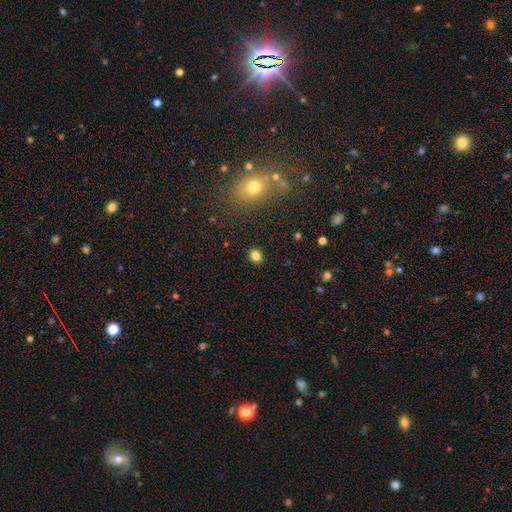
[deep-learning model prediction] A smooth galaxy with no disk features (82%) that is round (62%).

Vote fractions:
- Smooth or featured? smooth: 82% / star or artifact: 12% / featured or disk: 5%
- How rounded? round: 62% / in between: 37% / cigar-shaped: 1%
- Merging? none: 89% / minor disturbance: 7% / major disturbance: 2% / merger: 2%